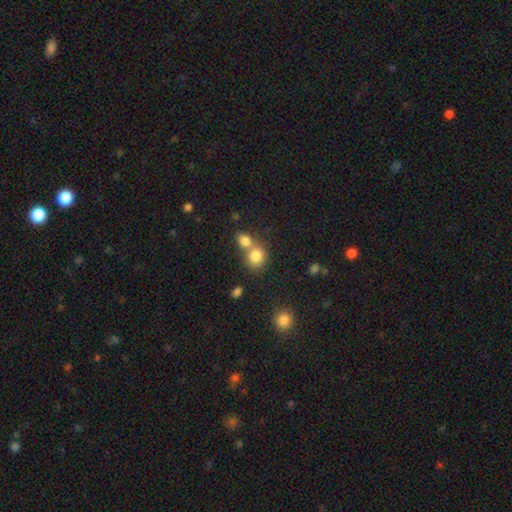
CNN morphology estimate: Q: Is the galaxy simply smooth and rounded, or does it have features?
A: smooth — 81%.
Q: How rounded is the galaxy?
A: round — 65%.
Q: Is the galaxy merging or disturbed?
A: merger — 52%.